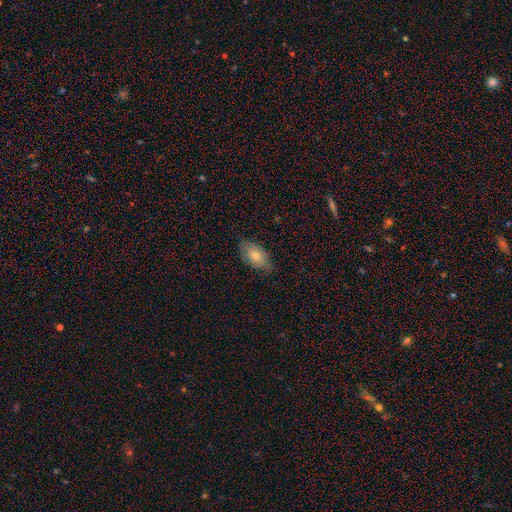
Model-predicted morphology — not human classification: A smooth galaxy with no disk features (75%) that is in between round and cigar-shaped (93%). Merging: none (75%).